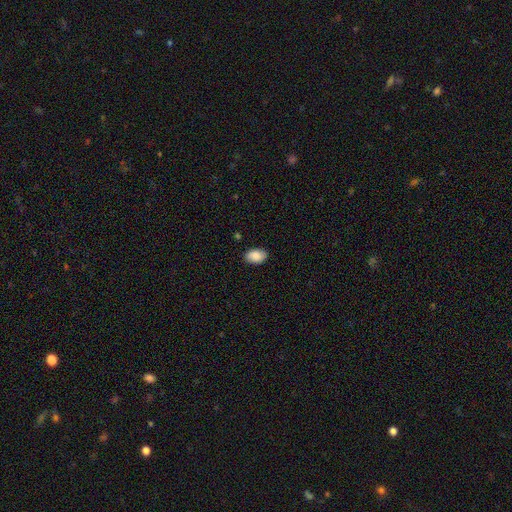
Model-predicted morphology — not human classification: Smooth or featured? Predicted: smooth (p=0.86). How rounded? Predicted: in between (p=0.90). Merging? Predicted: none (p=0.88).